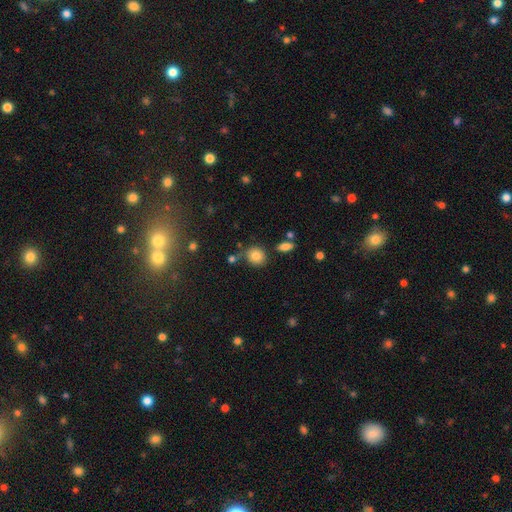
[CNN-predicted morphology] Smooth or featured: smooth — 83% (star or artifact — 10%)
How rounded: round — 79% (in between — 20%)
Merging: none — 69% (minor disturbance — 16%)